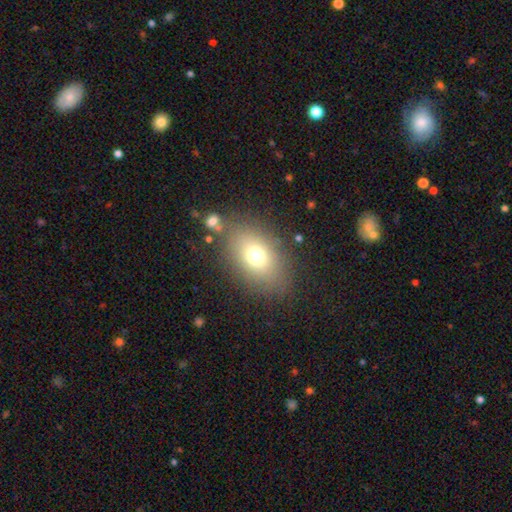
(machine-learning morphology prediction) The model was most divided on "how rounded": in between: 77%, round: 22%, cigar-shaped: 2%. More confident: merging — none (78%); smooth or featured — smooth (72%).